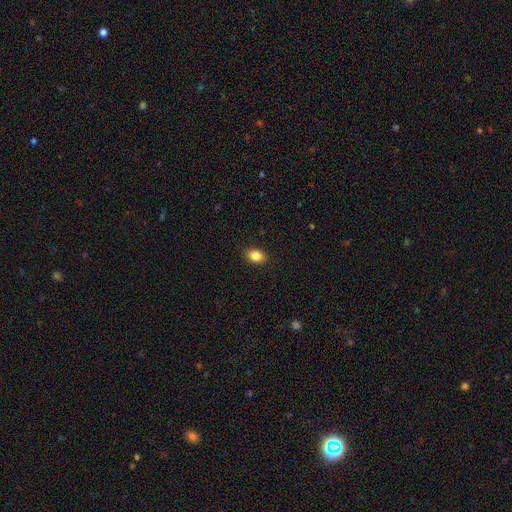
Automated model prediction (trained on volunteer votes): Smooth or featured: smooth — 86% (star or artifact — 9%)
How rounded: in between — 70% (round — 28%)
Merging: none — 89% (minor disturbance — 8%)